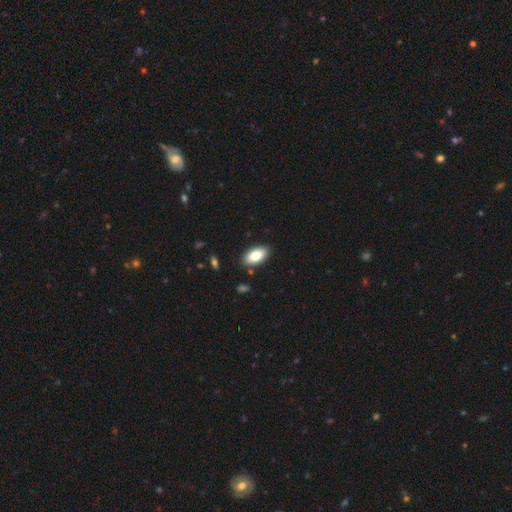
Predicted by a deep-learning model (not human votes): Smooth or featured? Predicted: smooth (p=0.81). How rounded? Predicted: in between (p=0.93). Merging? Predicted: none (p=0.87).